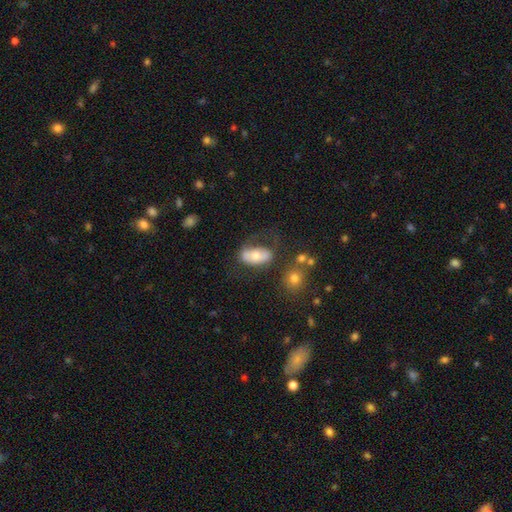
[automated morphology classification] smooth 58%, featured or disk 35%, star or artifact 7%. Down the decision tree: how rounded — in between (90%); merging — none (46%).